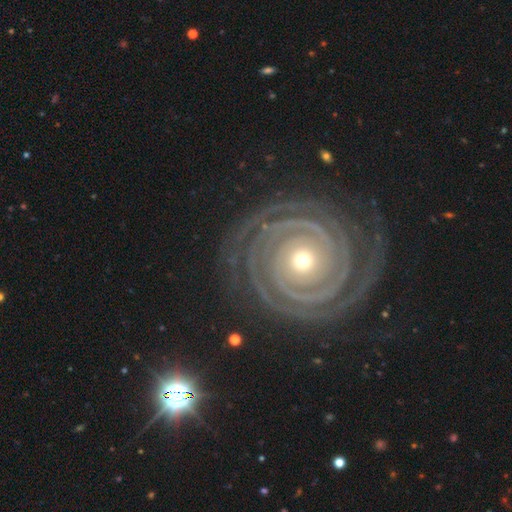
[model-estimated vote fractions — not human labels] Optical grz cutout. It shows a featured or disk galaxy (92%) with no bar (74%), 2 (62%) tight (91%) spiral arms (99%) and a small central bulge (54%). Merging: none (84%).